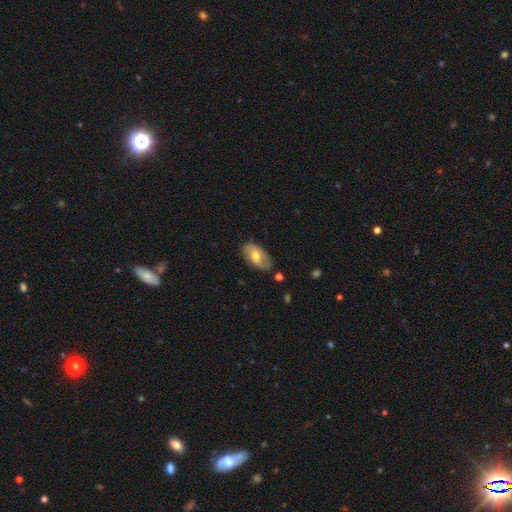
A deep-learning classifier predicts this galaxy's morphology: smooth-or-featured: smooth: 48% | featured or disk: 45% | star or artifact: 7%
  merging: none: 78% | minor disturbance: 17% | major disturbance: 4% | merger: 2%